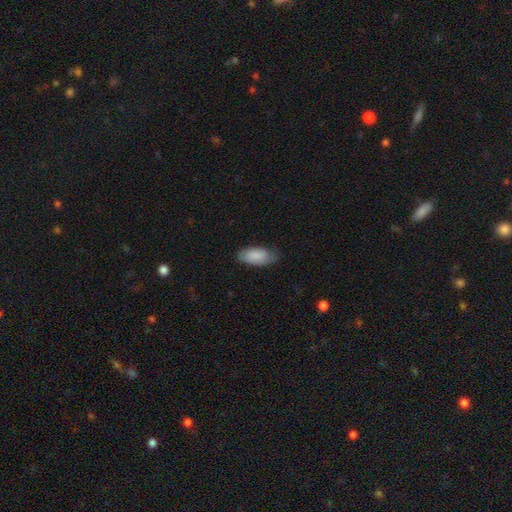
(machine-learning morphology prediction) This is clearly a smooth galaxy (85%). How rounded: clearly in between (91%). Merging: likely none (68%).